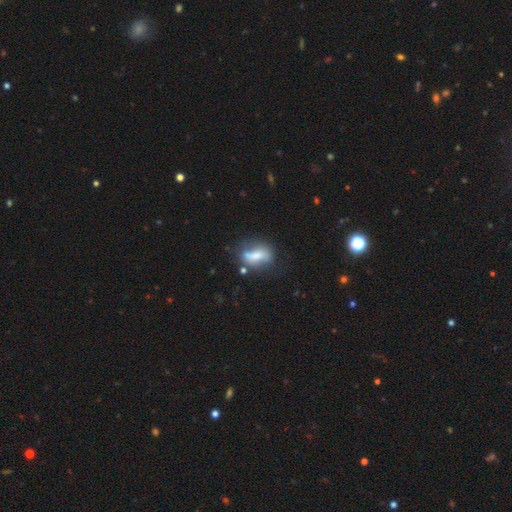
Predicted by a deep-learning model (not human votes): This appears to be a smooth galaxy with no disk features (58%) that is in between round and cigar-shaped (78%). Merging: none (45%).